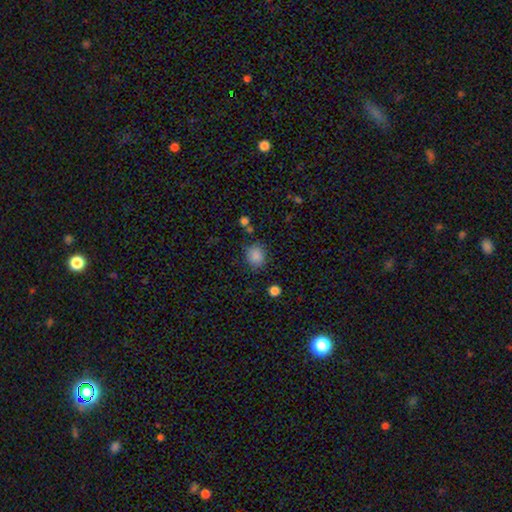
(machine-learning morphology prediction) This appears to be a smooth galaxy with no disk features (86%) that is round (69%). Merging: none (79%).